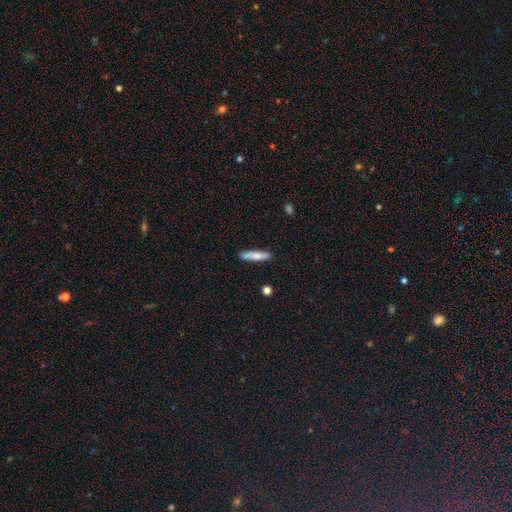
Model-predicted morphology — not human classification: Overall: smooth (76%). How rounded: cigar-shaped (82%). Merging: none (87%).